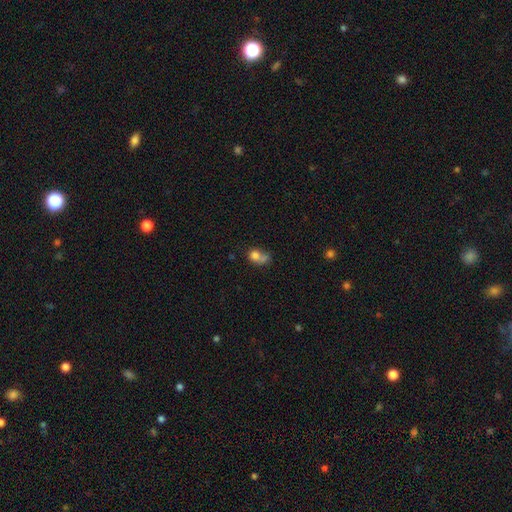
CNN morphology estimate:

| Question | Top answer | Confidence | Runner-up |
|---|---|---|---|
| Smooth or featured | smooth | 75% | featured or disk (14%) |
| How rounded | round | 58% | in between (40%) |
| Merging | merger | 40% | none (29%) |